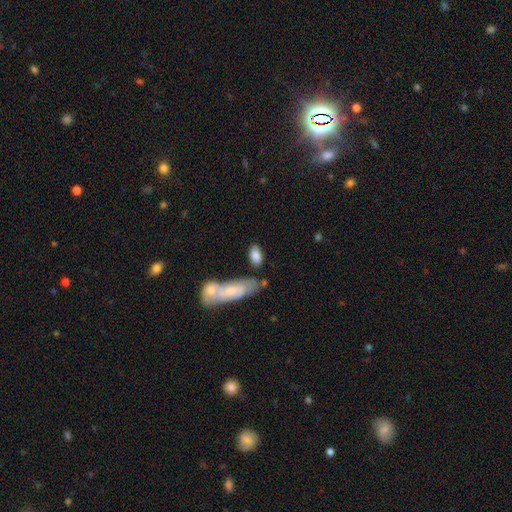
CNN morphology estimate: The model was most divided on "merging": none: 59%, merger: 18%, minor disturbance: 17%, major disturbance: 6%. More confident: how rounded — in between (86%); smooth or featured — smooth (81%).